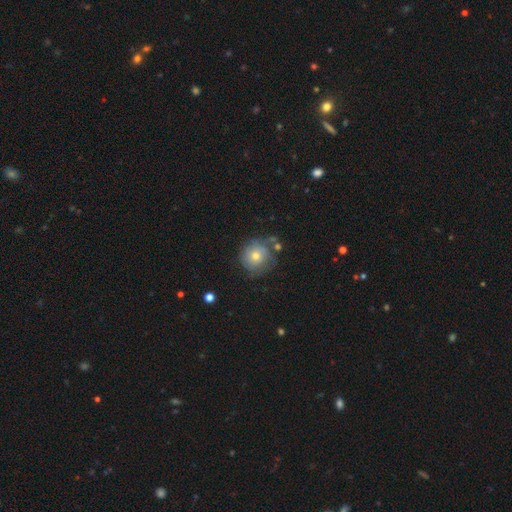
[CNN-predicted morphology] The model was most divided on "smooth or featured": smooth: 56%, featured or disk: 33%, star or artifact: 11%. More confident: how rounded — round (91%); merging — none (66%).